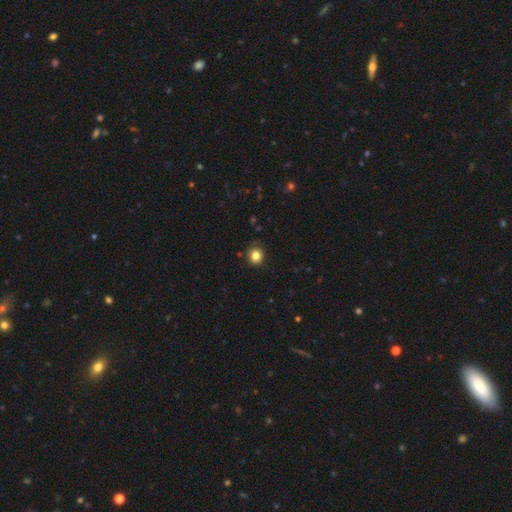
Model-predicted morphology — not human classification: Smooth or featured?
  - smooth: 83% *
  - star or artifact: 11%
  - featured or disk: 6%
How rounded?
  - round: 83% *
  - in between: 17%
  - cigar-shaped: 1%
Merging?
  - none: 84% *
  - minor disturbance: 12%
  - major disturbance: 2%
  - merger: 1%